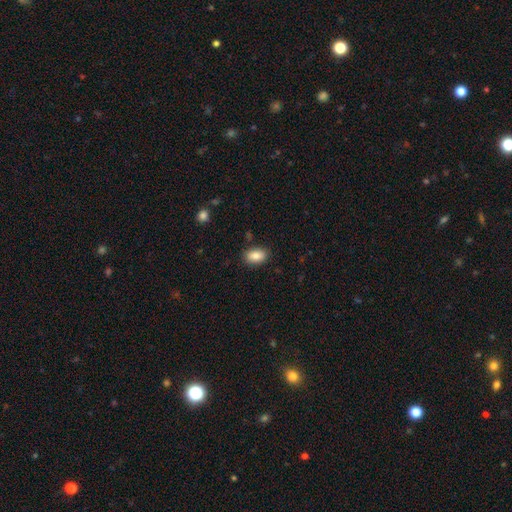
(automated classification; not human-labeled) Morphology: type=smooth (86%); roundness=in between (90%); merging=none (86%).